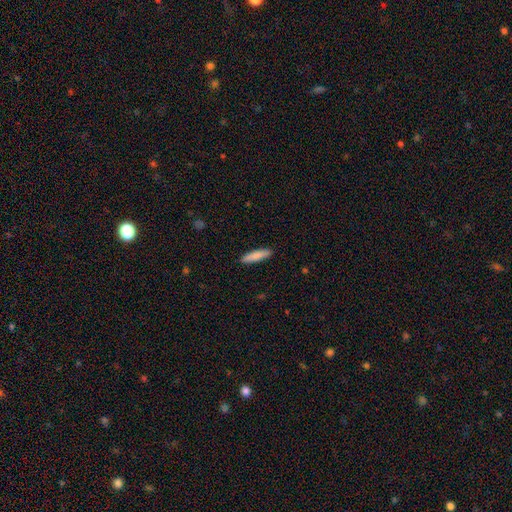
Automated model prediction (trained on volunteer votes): smooth-or-featured: smooth: 84% | featured or disk: 11% | star or artifact: 6%
  how-rounded: cigar-shaped: 82% | in between: 17% | round: 1%
  merging: none: 90% | minor disturbance: 7% | major disturbance: 2% | merger: 1%